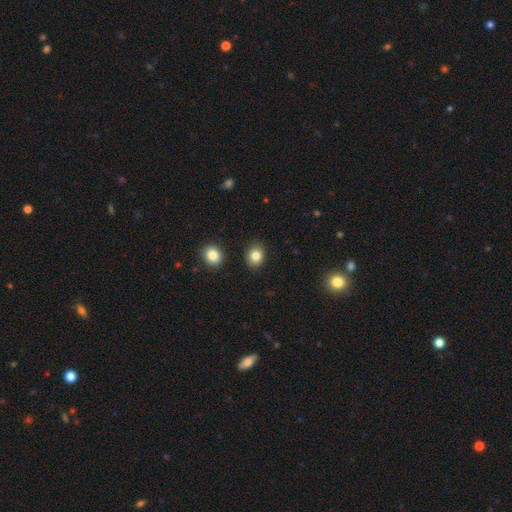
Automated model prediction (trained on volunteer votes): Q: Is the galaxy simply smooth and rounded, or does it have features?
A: smooth — 84%.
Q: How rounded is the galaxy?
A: round — 65%.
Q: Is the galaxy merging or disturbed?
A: none — 88%.